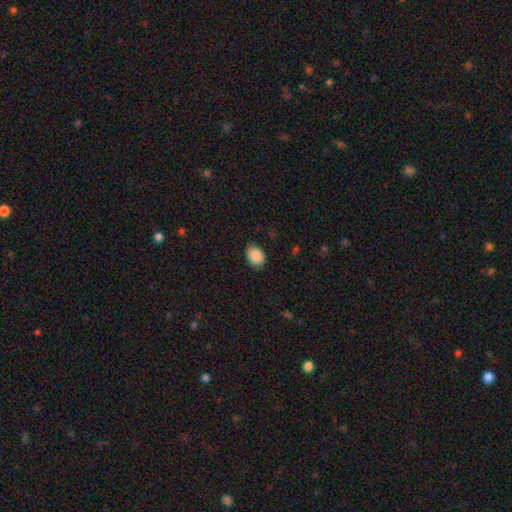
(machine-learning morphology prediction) smooth_or_featured: smooth (p=0.89) [alt: star or artifact p=0.07]
how_rounded: in between (p=0.68) [alt: round p=0.31]
merging: none (p=0.82) [alt: minor disturbance p=0.14]